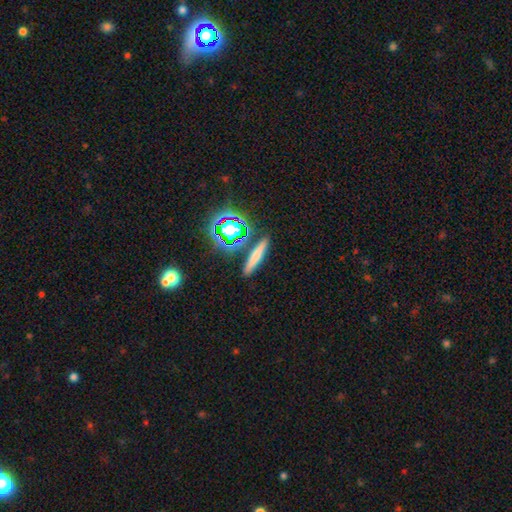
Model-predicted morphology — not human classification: A smooth galaxy with no disk features (60%) that is cigar-shaped (83%).

Vote fractions:
- Smooth or featured? smooth: 60% / featured or disk: 21% / star or artifact: 18%
- How rounded? cigar-shaped: 83% / in between: 10% / round: 7%
- Merging? none: 86% / minor disturbance: 8% / merger: 4% / major disturbance: 2%